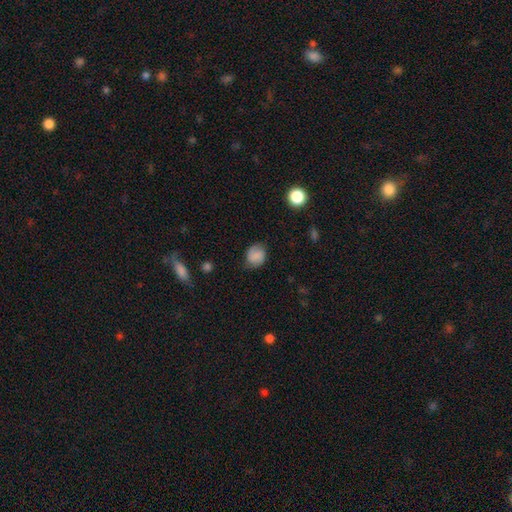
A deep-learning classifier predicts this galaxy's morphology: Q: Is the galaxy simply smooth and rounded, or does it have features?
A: smooth — 73%.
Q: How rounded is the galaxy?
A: round — 60%.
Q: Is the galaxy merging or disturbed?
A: none — 67%.